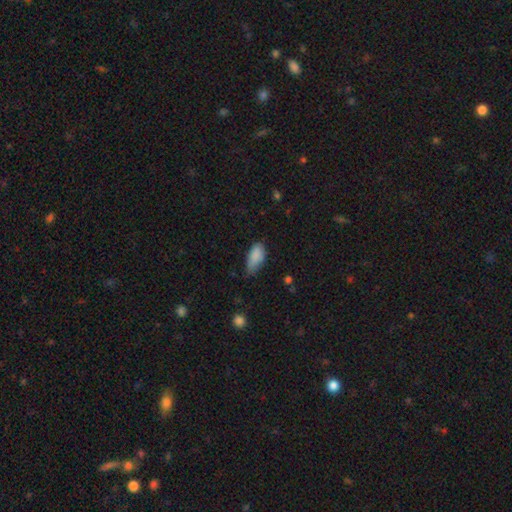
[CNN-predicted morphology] Smooth or featured?
  - smooth: 86% *
  - star or artifact: 7%
  - featured or disk: 7%
How rounded?
  - in between: 90% *
  - cigar-shaped: 7%
  - round: 3%
Merging?
  - none: 45% *
  - minor disturbance: 43%
  - major disturbance: 10%
  - merger: 2%